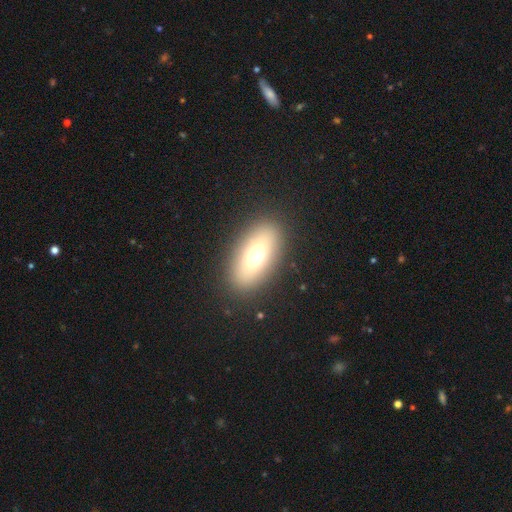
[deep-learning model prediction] Smooth or featured? smooth (67%)
How rounded? in between (83%)
Merging? none (88%)